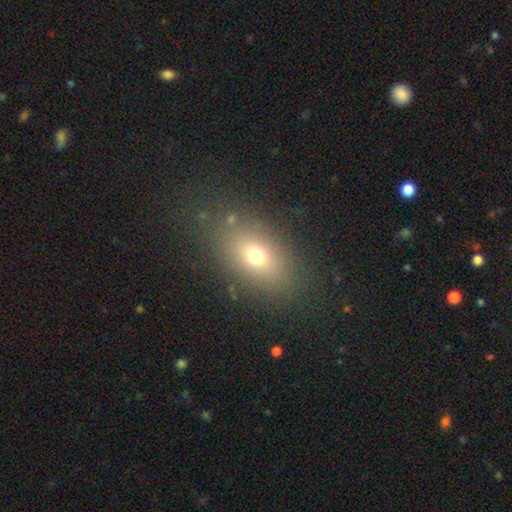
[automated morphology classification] Q: Smooth or featured?
A: smooth (69%); runner-up: featured or disk (16%)
Q: How rounded?
A: in between (77%); runner-up: round (20%)
Q: Merging?
A: none (80%); runner-up: minor disturbance (11%)